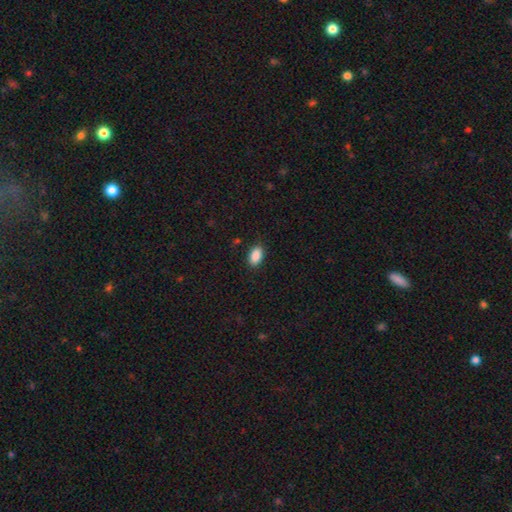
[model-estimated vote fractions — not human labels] Smooth or featured?
  - smooth: 89% *
  - star or artifact: 8%
  - featured or disk: 3%
How rounded?
  - in between: 93% *
  - round: 5%
  - cigar-shaped: 2%
Merging?
  - none: 88% *
  - minor disturbance: 9%
  - major disturbance: 2%
  - merger: 1%